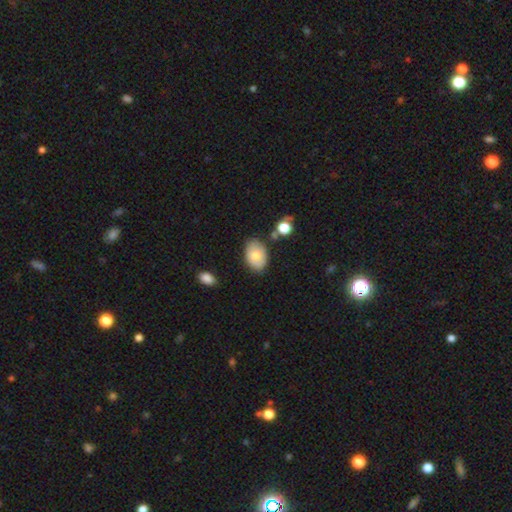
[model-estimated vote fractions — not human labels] This appears to be a smooth galaxy with no disk features (76%) that is in between round and cigar-shaped (86%). Merging: none (77%).